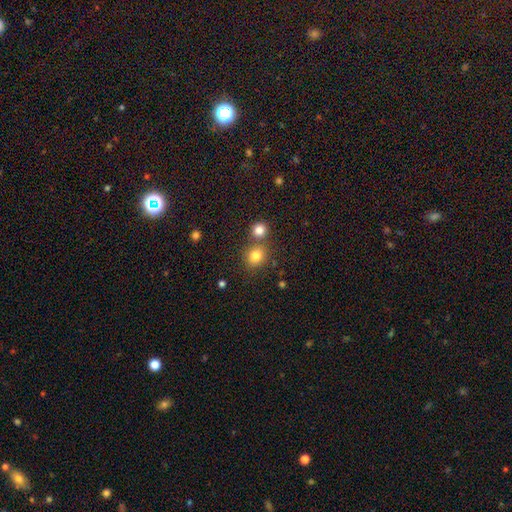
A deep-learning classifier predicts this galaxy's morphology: Smooth or featured?
  - smooth: 80% *
  - star or artifact: 13%
  - featured or disk: 7%
How rounded?
  - round: 78% *
  - in between: 21%
  - cigar-shaped: 1%
Merging?
  - none: 65% *
  - merger: 24%
  - minor disturbance: 8%
  - major disturbance: 3%